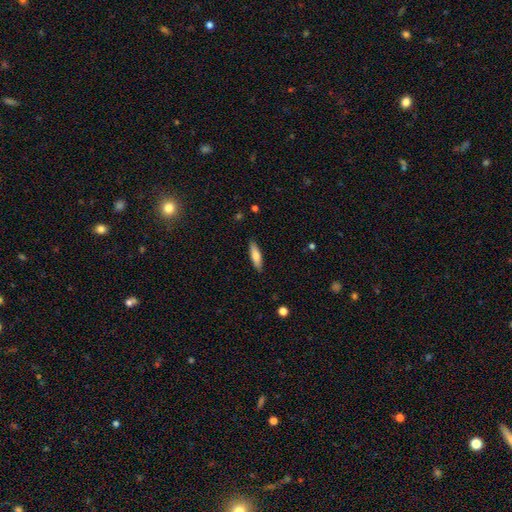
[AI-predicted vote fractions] smooth 77%, featured or disk 18%, star or artifact 6%. Down the decision tree: how rounded — cigar-shaped (60%); merging — none (89%).